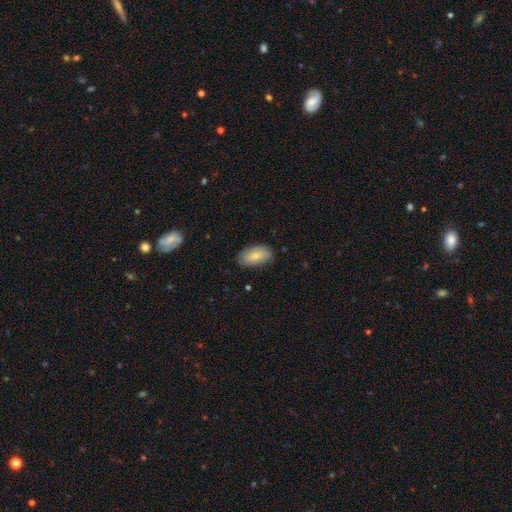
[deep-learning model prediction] smooth 74%, featured or disk 20%, star or artifact 6%. Down the decision tree: how rounded — in between (93%); merging — none (80%).